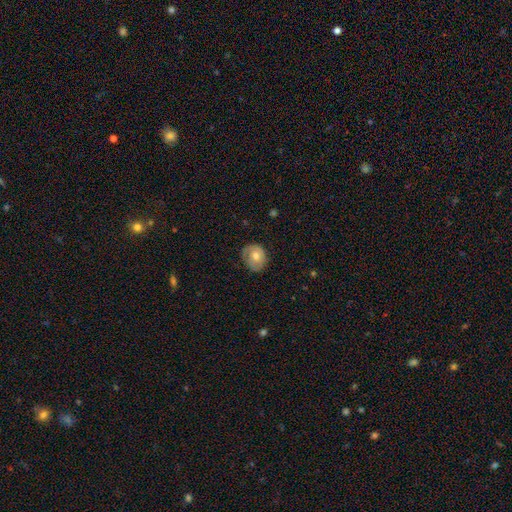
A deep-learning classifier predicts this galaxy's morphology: smooth-or-featured: smooth: 60% | featured or disk: 32% | star or artifact: 8%
  how-rounded: round: 66% | in between: 33% | cigar-shaped: 1%
  merging: none: 67% | minor disturbance: 25% | major disturbance: 7% | merger: 1%